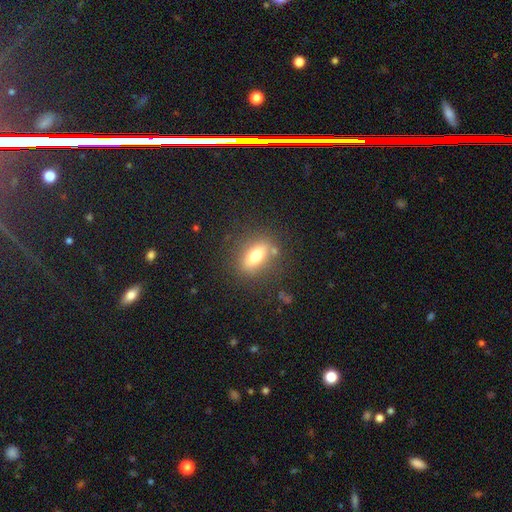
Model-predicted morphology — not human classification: A smooth galaxy with no disk features (66%) that is in between round and cigar-shaped (73%). Merging: none (80%).